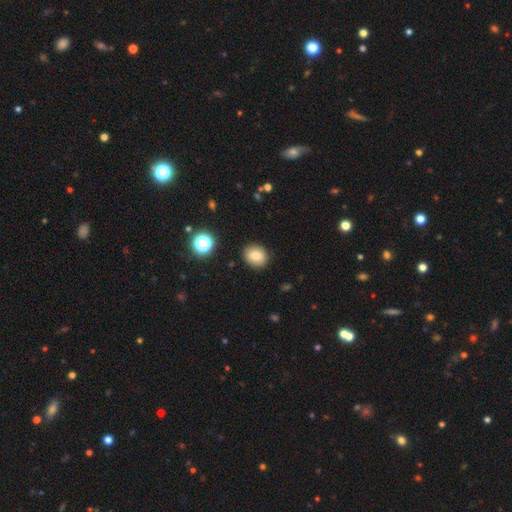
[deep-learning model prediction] Smooth or featured: smooth — 79% (star or artifact — 12%)
How rounded: round — 67% (in between — 32%)
Merging: none — 88% (minor disturbance — 8%)